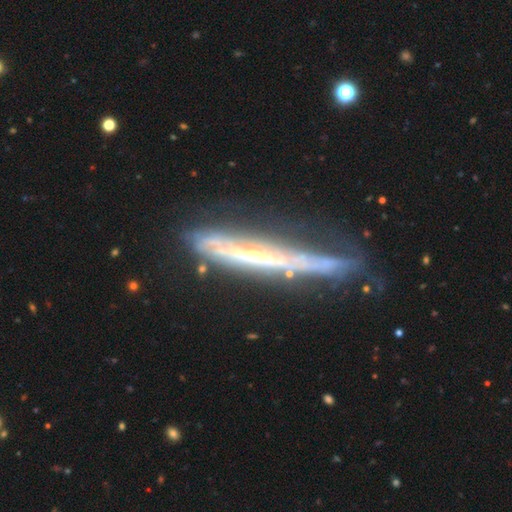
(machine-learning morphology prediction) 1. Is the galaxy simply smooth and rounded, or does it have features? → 76% featured or disk, 16% smooth, 8% star or artifact.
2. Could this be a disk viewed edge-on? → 80% yes, 20% no.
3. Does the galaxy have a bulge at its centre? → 70% none, 22% rounded, 8% boxy.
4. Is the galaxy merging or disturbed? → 54% none, 27% minor disturbance, 14% major disturbance, 5% merger.